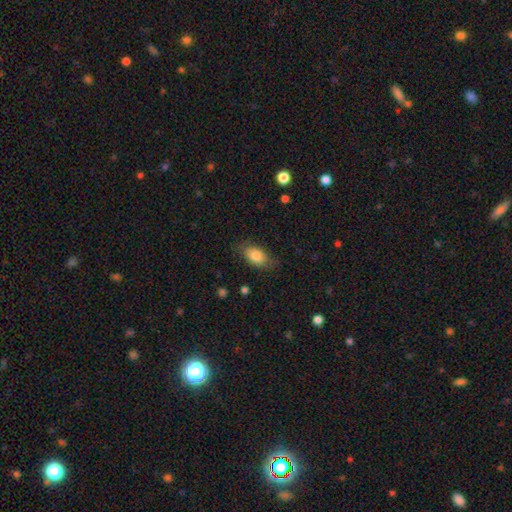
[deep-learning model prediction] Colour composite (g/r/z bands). It shows a smooth galaxy with no disk features (81%) that is in between round and cigar-shaped (89%). Merging: none (73%).